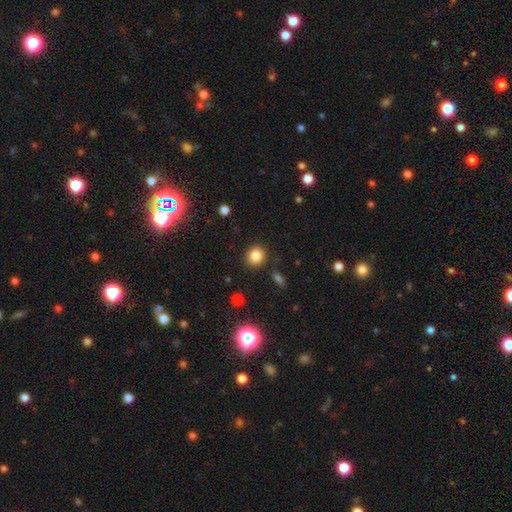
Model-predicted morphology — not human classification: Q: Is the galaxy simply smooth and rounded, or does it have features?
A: smooth — 84%.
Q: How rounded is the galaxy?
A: round — 81%.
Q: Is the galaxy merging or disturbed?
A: none — 86%.